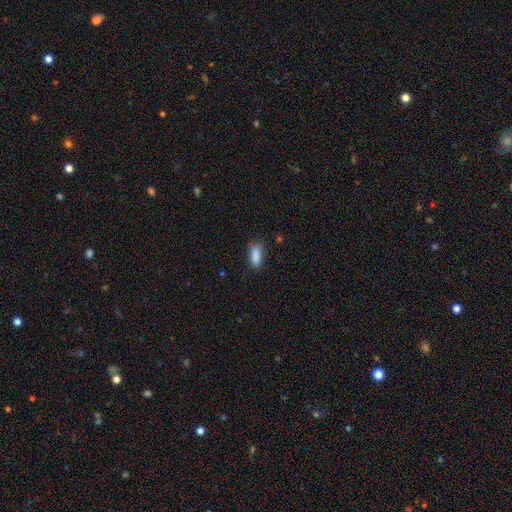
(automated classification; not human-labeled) Smooth or featured?
  - smooth: 87% *
  - star or artifact: 8%
  - featured or disk: 5%
How rounded?
  - in between: 71% *
  - cigar-shaped: 26%
  - round: 2%
Merging?
  - none: 75% *
  - minor disturbance: 18%
  - major disturbance: 4%
  - merger: 2%